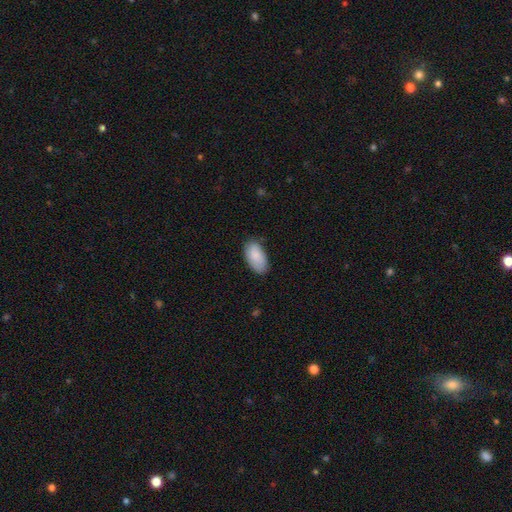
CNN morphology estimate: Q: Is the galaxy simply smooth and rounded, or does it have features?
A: smooth — 87%.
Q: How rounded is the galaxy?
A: in between — 95%.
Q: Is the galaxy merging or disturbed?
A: none — 78%.